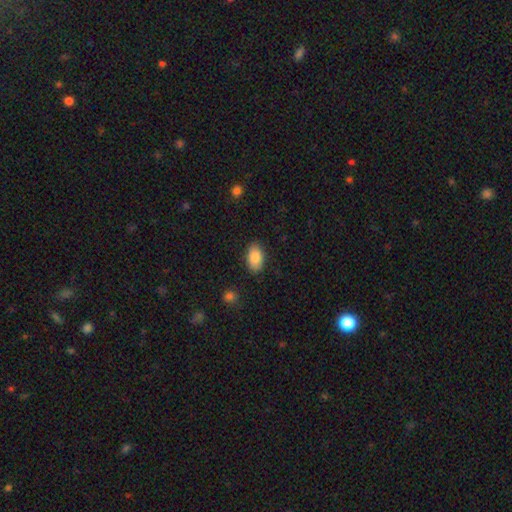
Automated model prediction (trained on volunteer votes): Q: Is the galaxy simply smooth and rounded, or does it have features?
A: smooth — 87%.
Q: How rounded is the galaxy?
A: in between — 93%.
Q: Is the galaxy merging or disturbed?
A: none — 87%.